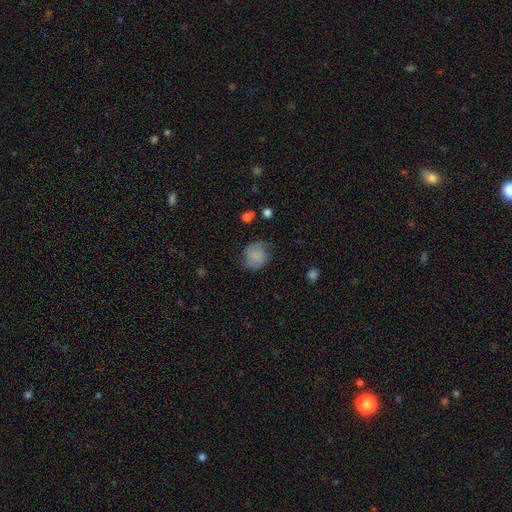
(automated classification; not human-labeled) Smooth or featured: smooth — 78% (featured or disk — 12%)
How rounded: round — 78% (in between — 21%)
Merging: none — 66% (minor disturbance — 24%)